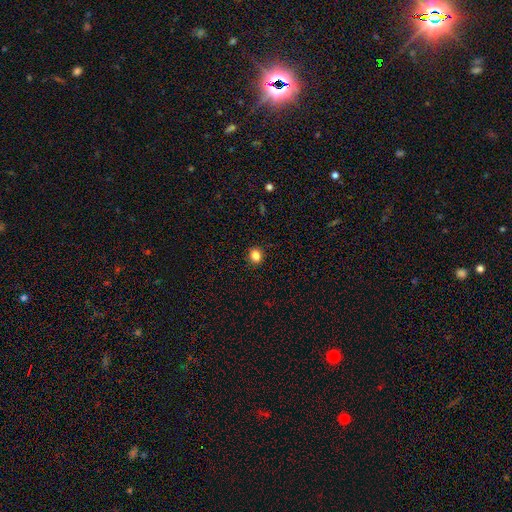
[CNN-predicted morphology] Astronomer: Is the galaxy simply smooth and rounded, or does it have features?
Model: smooth — 85%.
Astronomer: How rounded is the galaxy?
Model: round — 72%.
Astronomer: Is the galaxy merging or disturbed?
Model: none — 91%.